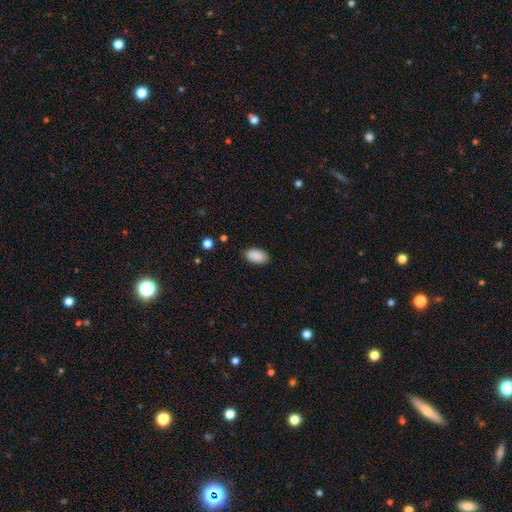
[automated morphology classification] smooth_or_featured: smooth (p=0.90) [alt: star or artifact p=0.07]
how_rounded: in between (p=0.94) [alt: round p=0.04]
merging: none (p=0.84) [alt: minor disturbance p=0.12]